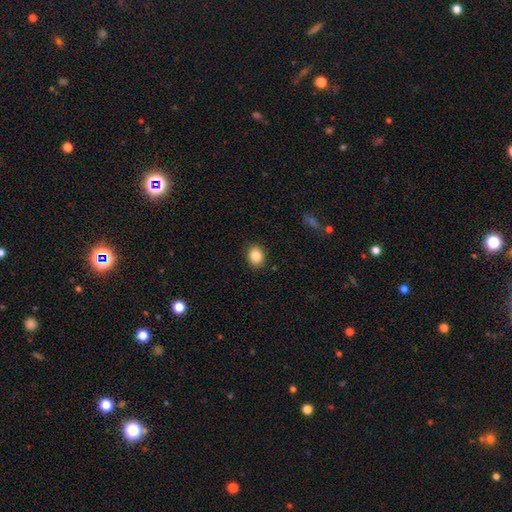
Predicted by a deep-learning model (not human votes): A smooth galaxy with no disk features (85%) that is round (52%). Merging: none (88%).